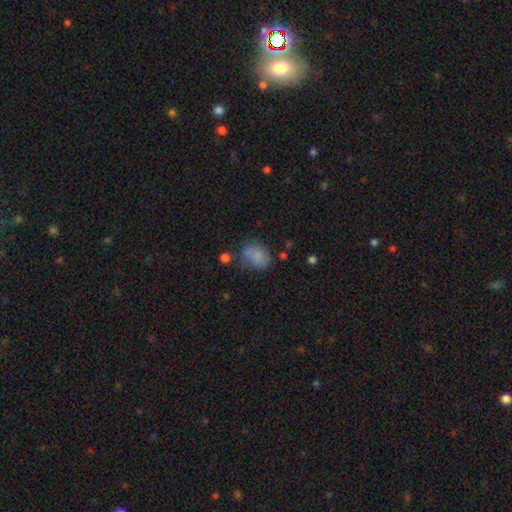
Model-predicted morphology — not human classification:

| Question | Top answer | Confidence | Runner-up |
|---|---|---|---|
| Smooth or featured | smooth | 73% | featured or disk (15%) |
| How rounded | in between | 62% | round (37%) |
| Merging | none | 46% | minor disturbance (28%) |